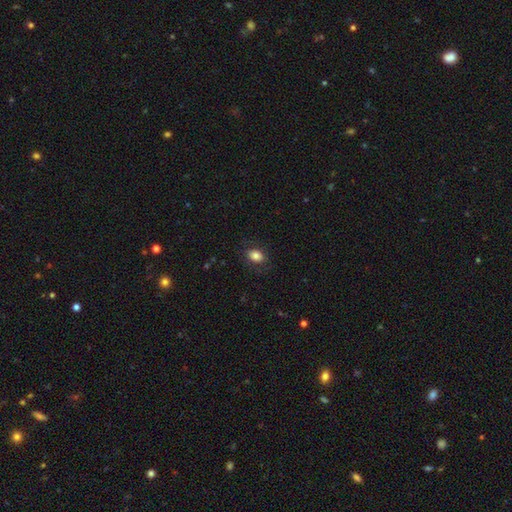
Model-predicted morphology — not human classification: This appears to be a smooth galaxy with no disk features (81%) that is in between round and cigar-shaped (75%). Merging: none (83%).